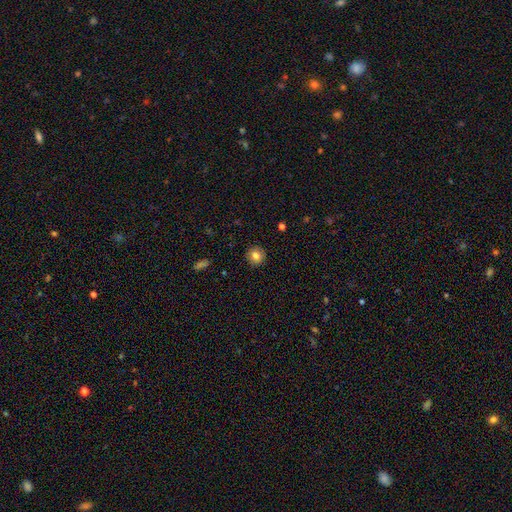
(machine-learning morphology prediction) This appears to be a smooth galaxy with no disk features (80%) that is round (93%). Merging: none (91%).